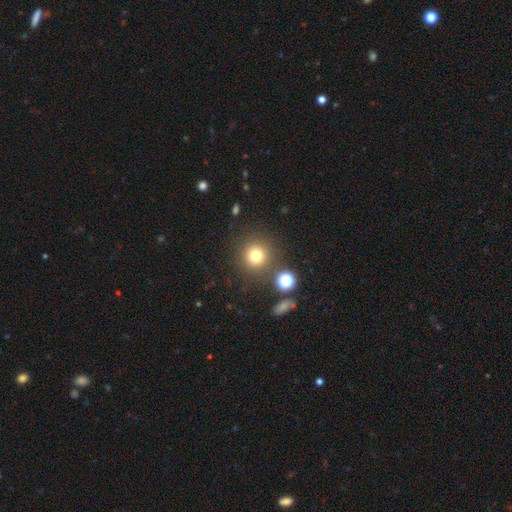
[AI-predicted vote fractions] Q: Smooth or featured?
A: smooth (76%); runner-up: star or artifact (16%)
Q: How rounded?
A: round (94%); runner-up: in between (5%)
Q: Merging?
A: none (84%); runner-up: minor disturbance (7%)